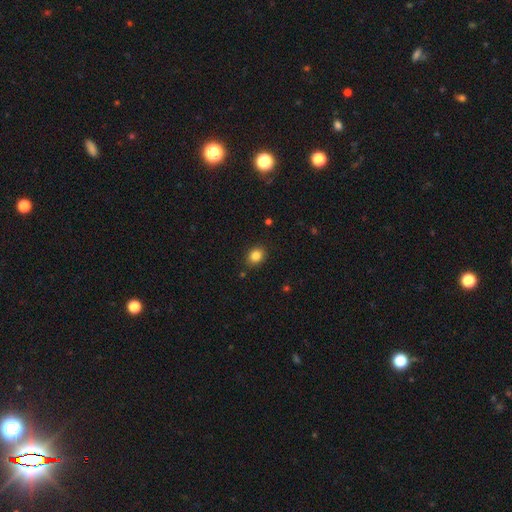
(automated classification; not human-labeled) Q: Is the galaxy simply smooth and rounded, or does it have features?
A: smooth — 84%.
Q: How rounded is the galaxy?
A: round — 52%.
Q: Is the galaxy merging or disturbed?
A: none — 86%.